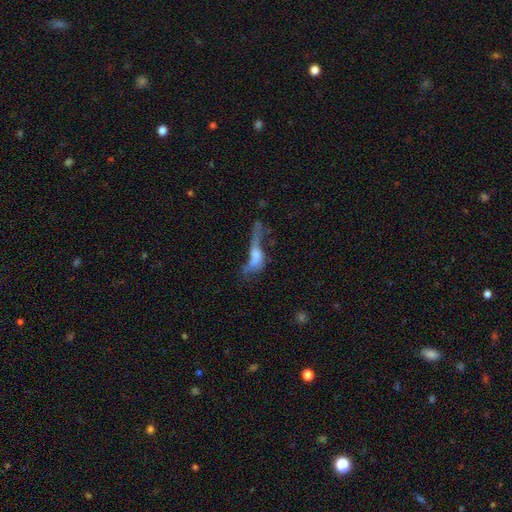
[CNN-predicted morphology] Smooth or featured?
  - featured or disk: 50% *
  - smooth: 36%
  - star or artifact: 14%
Edge-on disk?
  - no: 74% *
  - yes: 26%
Merging?
  - major disturbance: 50% *
  - none: 20%
  - merger: 16%
  - minor disturbance: 14%